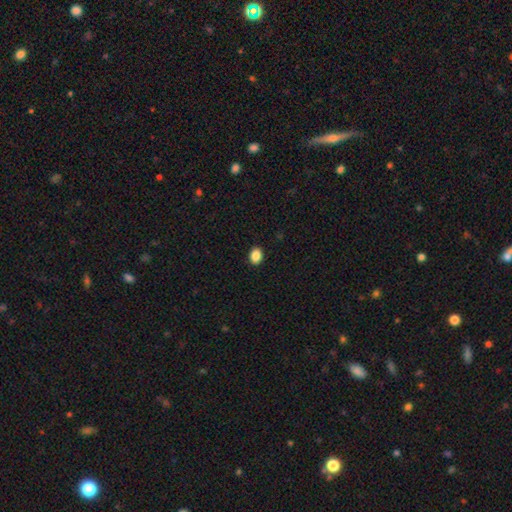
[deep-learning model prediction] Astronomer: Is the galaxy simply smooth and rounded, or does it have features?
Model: smooth — 88%.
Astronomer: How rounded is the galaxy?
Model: in between — 65%.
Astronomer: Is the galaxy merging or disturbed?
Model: none — 91%.